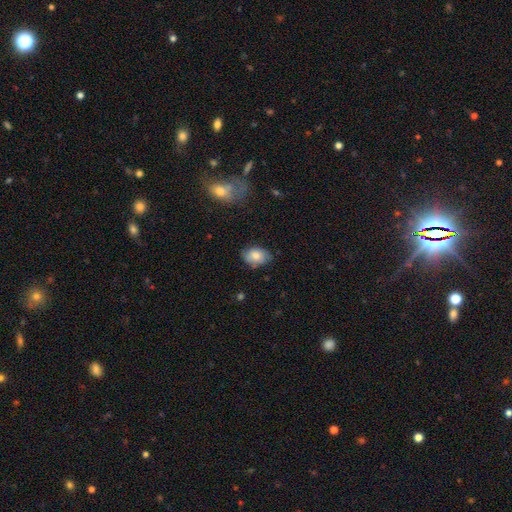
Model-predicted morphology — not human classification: Overall: smooth (77%). How rounded: in between (79%). Merging: none (76%).